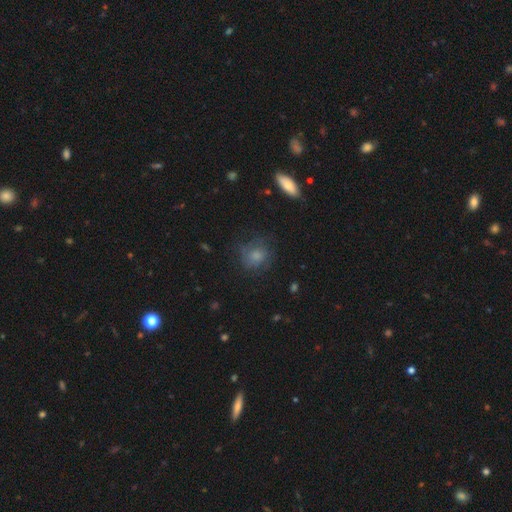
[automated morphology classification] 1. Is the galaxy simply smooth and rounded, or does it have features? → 60% smooth, 28% featured or disk, 12% star or artifact.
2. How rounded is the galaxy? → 75% round, 24% in between, 1% cigar-shaped.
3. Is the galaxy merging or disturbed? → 62% none, 22% minor disturbance, 14% major disturbance, 2% merger.